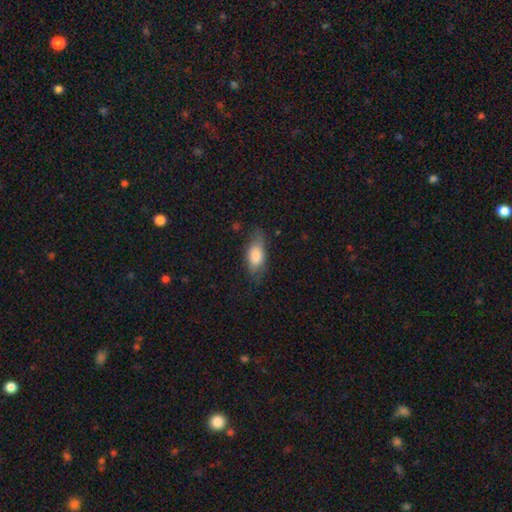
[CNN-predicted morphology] type=smooth (80%); roundness=in between (85%); merging=none (62%).